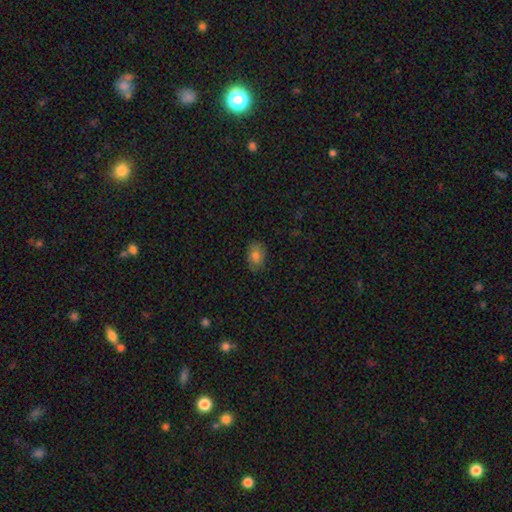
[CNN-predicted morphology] This is clearly a smooth galaxy (81%). How rounded: likely in between (79%). Merging: clearly none (84%).